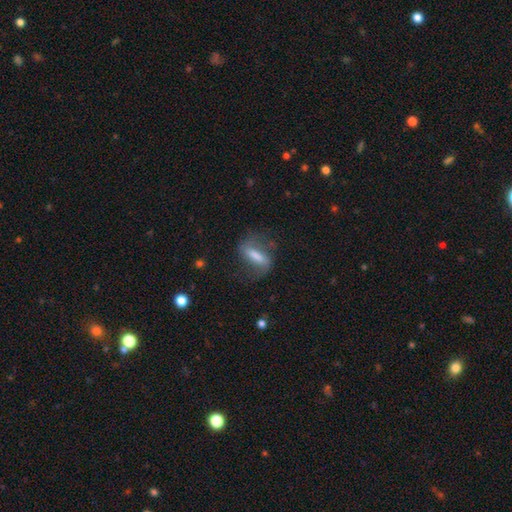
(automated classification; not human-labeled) featured or disk 52%, smooth 38%, star or artifact 10%. Down the decision tree: edge-on disk — no (85%); merging — none (61%).